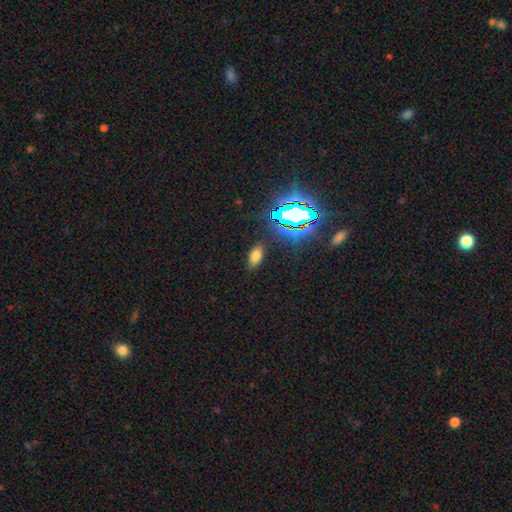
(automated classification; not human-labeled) The model was most divided on "smooth or featured": smooth: 69%, star or artifact: 23%, featured or disk: 8%. More confident: how rounded — in between (89%); merging — none (86%).